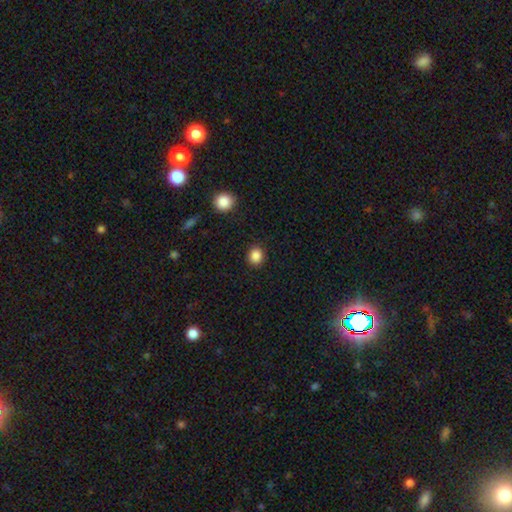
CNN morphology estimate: Smooth or featured? smooth (86%)
How rounded? round (83%)
Merging? none (91%)